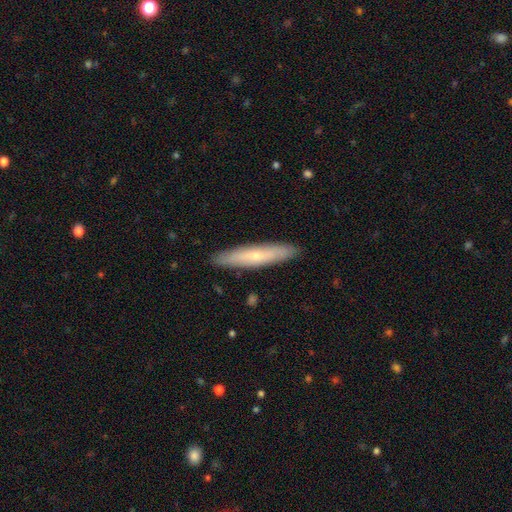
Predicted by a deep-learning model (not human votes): smooth_or_featured: smooth (p=0.51) [alt: featured or disk p=0.43]
how_rounded: cigar-shaped (p=0.90) [alt: in between p=0.09]
merging: none (p=0.89) [alt: minor disturbance p=0.08]